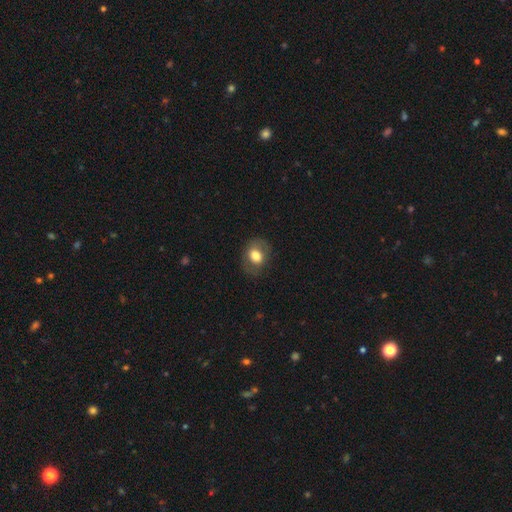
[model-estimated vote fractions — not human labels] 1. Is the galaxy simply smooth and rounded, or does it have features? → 69% smooth, 23% featured or disk, 8% star or artifact.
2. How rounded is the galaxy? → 55% in between, 44% round, 1% cigar-shaped.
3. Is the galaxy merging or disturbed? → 77% none, 15% minor disturbance, 7% major disturbance, 1% merger.